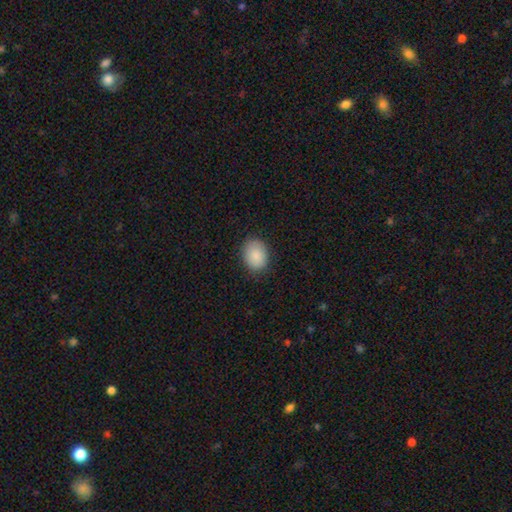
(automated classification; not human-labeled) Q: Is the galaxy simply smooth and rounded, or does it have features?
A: smooth — 89%.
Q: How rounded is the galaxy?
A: in between — 59%.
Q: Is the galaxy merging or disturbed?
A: none — 85%.